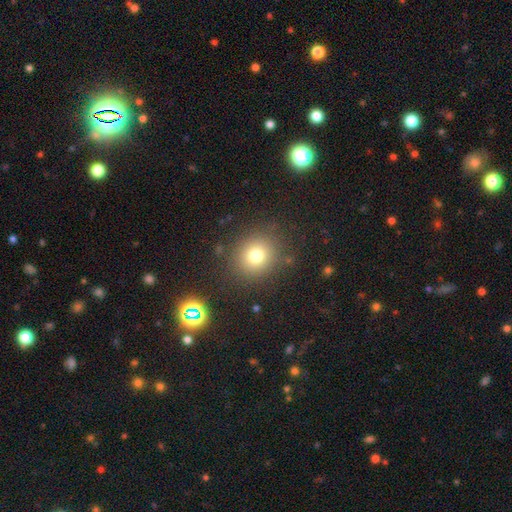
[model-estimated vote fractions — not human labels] smooth 75%, star or artifact 16%, featured or disk 9%. Down the decision tree: how rounded — round (83%); merging — none (85%).